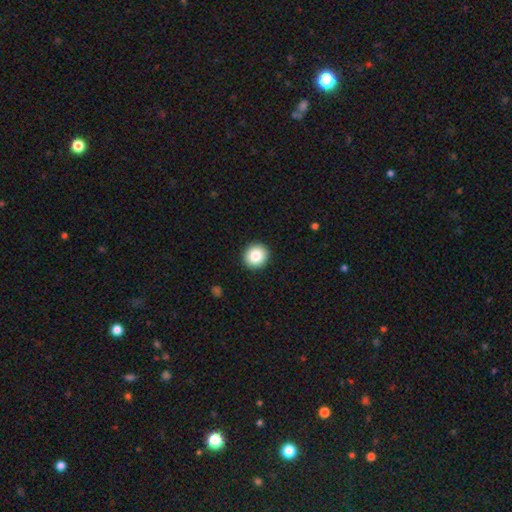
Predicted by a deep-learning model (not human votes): Overall: smooth (86%). How rounded: round (92%). Merging: none (92%).